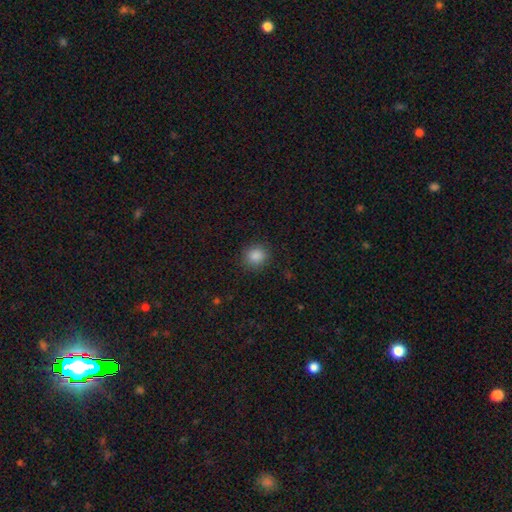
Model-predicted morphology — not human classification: This is clearly a smooth galaxy (87%). How rounded: clearly round (84%). Merging: clearly none (88%).